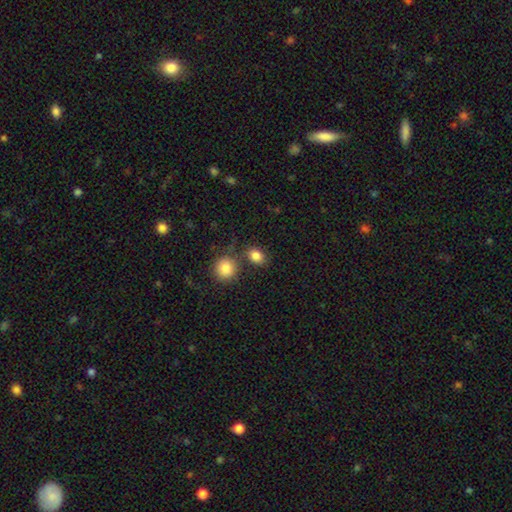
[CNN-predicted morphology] smooth 84%, star or artifact 10%, featured or disk 6%. Down the decision tree: how rounded — in between (61%); merging — none (69%).